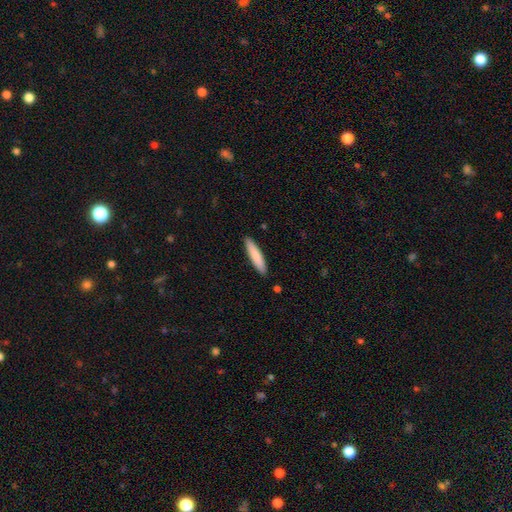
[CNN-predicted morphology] This is clearly a smooth galaxy (82%). How rounded: clearly cigar-shaped (86%). Merging: clearly none (90%).